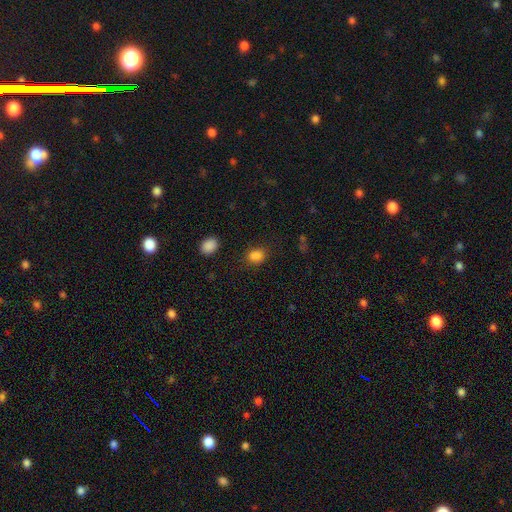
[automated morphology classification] Smooth or featured: smooth — 82% (star or artifact — 13%)
How rounded: in between — 54% (round — 45%)
Merging: none — 68% (minor disturbance — 17%)